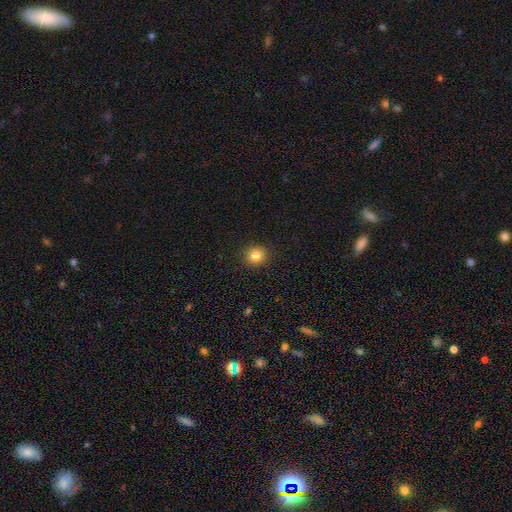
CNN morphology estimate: Smooth or featured: smooth — 84% (star or artifact — 11%)
How rounded: round — 85% (in between — 14%)
Merging: none — 91% (minor disturbance — 6%)